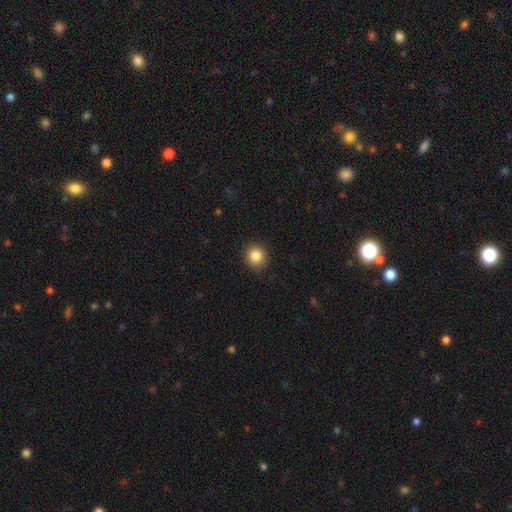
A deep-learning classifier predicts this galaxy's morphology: Overall: smooth (85%). How rounded: round (91%). Merging: none (90%).